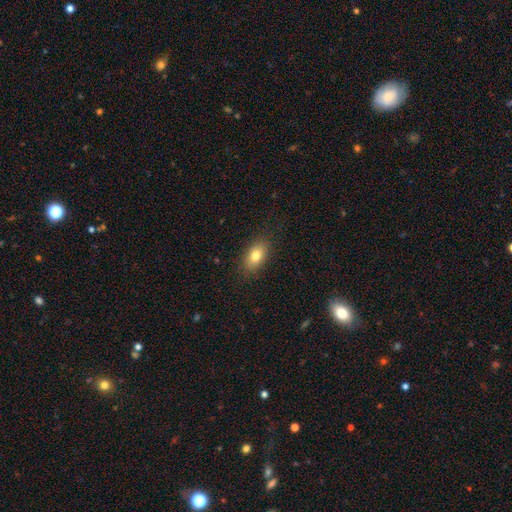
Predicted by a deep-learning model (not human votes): Smooth or featured? Predicted: smooth (p=0.80). How rounded? Predicted: in between (p=0.87). Merging? Predicted: none (p=0.86).